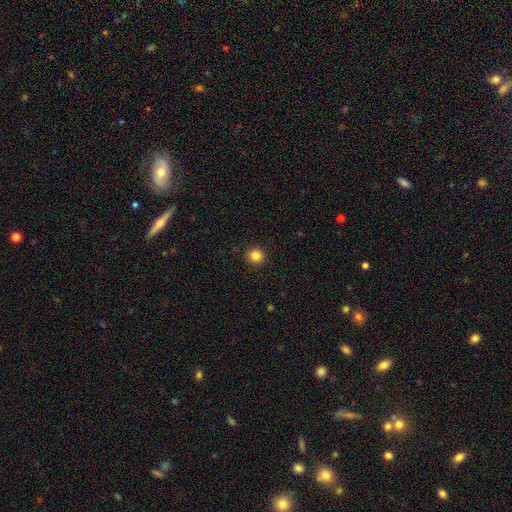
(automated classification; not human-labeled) Overall: smooth (84%). How rounded: round (91%). Merging: none (92%).